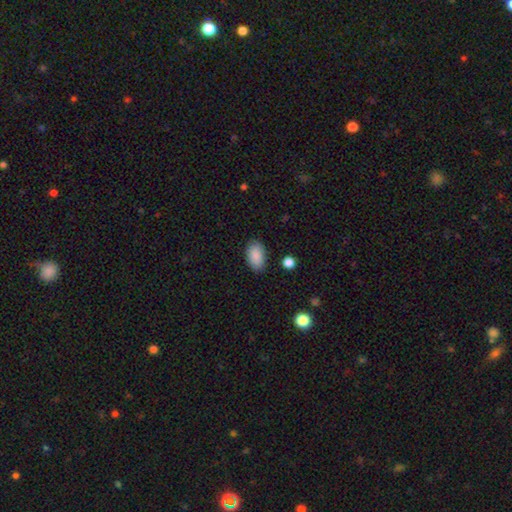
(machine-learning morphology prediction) smooth-or-featured: smooth: 88% | star or artifact: 7% | featured or disk: 5%
  how-rounded: in between: 93% | round: 5% | cigar-shaped: 2%
  merging: none: 84% | minor disturbance: 12% | major disturbance: 3% | merger: 2%